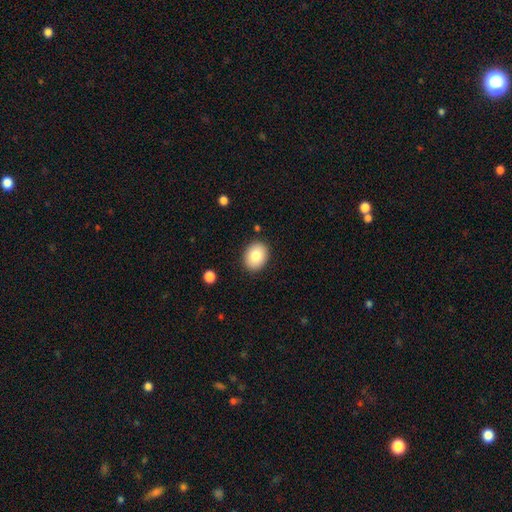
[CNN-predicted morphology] A smooth galaxy with no disk features (82%) that is in between round and cigar-shaped (60%).

Vote fractions:
- Smooth or featured? smooth: 82% / featured or disk: 10% / star or artifact: 8%
- How rounded? in between: 60% / round: 40% / cigar-shaped: 1%
- Merging? none: 88% / minor disturbance: 8% / major disturbance: 2% / merger: 1%